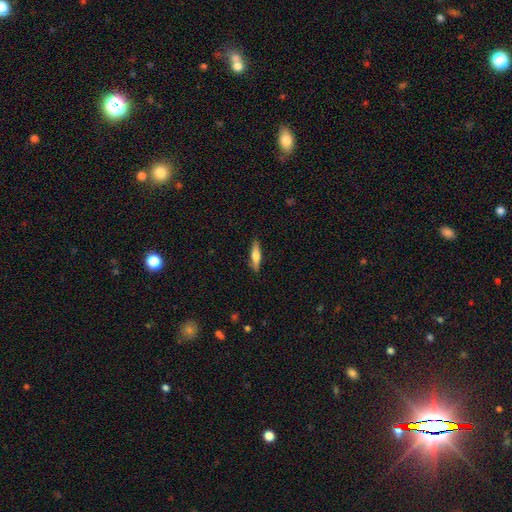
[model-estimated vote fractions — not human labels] smooth_or_featured: smooth (p=0.59) [alt: featured or disk p=0.35]
how_rounded: cigar-shaped (p=0.74) [alt: in between p=0.24]
merging: none (p=0.88) [alt: minor disturbance p=0.09]